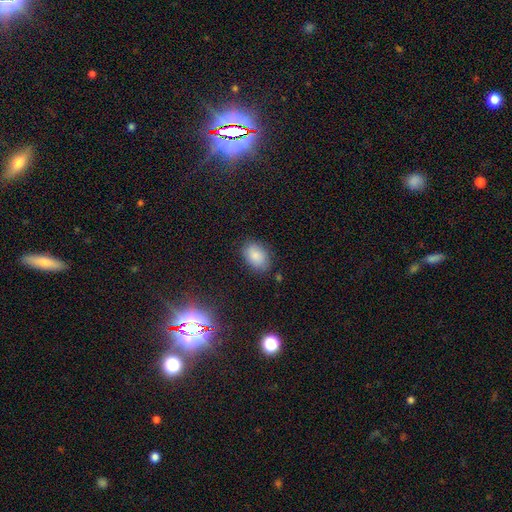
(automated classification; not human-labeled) smooth-or-featured: smooth: 85% | star or artifact: 9% | featured or disk: 6%
  how-rounded: in between: 86% | round: 13% | cigar-shaped: 1%
  merging: none: 81% | minor disturbance: 14% | major disturbance: 3% | merger: 2%